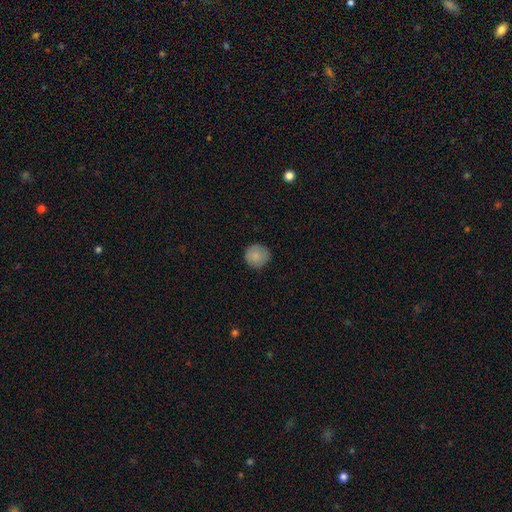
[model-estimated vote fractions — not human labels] Smooth or featured? Predicted: smooth (p=0.86). How rounded? Predicted: round (p=0.93). Merging? Predicted: none (p=0.86).